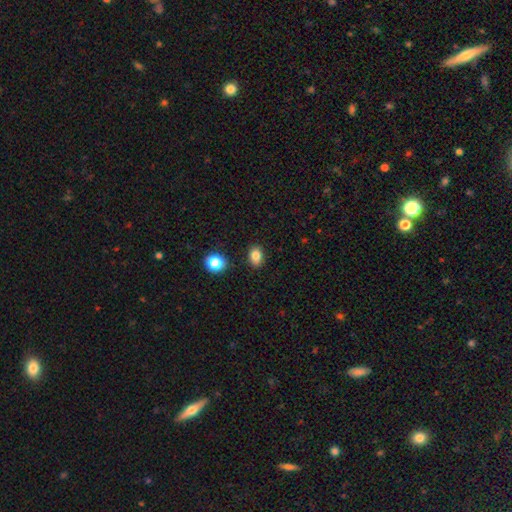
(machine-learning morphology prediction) Smooth or featured? Predicted: smooth (p=0.82). How rounded? Predicted: in between (p=0.63). Merging? Predicted: none (p=0.86).